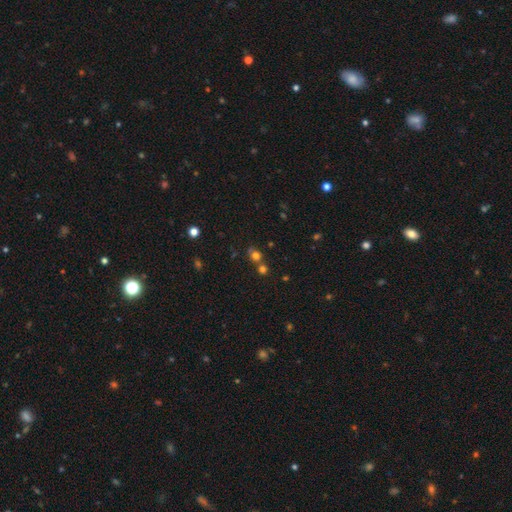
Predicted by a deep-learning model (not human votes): This is likely a smooth galaxy (70%). How rounded: likely round (77%). Merging: possibly none (54%).